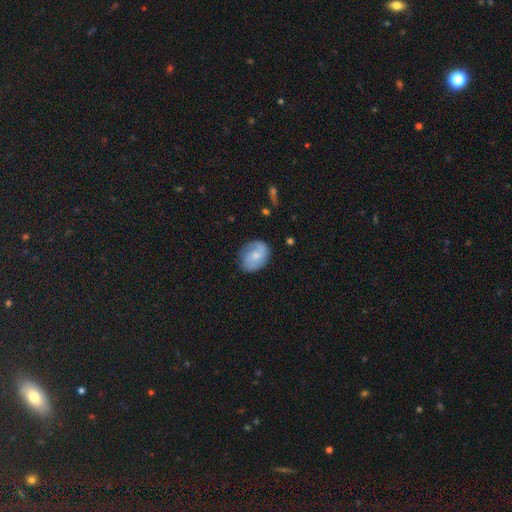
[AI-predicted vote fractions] A featured or disk galaxy (53%) with no bar (57%), spiral arms (87%) and a small central bulge (44%, tied with moderate).

Vote fractions:
- Smooth or featured? featured or disk: 53% / smooth: 40% / star or artifact: 7%
- Edge-on disk? no: 97% / yes: 3%
- Bar? no: 57% / weak: 37% / strong: 6%
- Spiral arms? yes: 87% / no: 13%
- Bulge size? small: 44% (tied) / moderate: 44% (tied) / none: 8% / large: 4% / dominant: 1%
- Merging? none: 72% / minor disturbance: 20% / major disturbance: 6% / merger: 1%